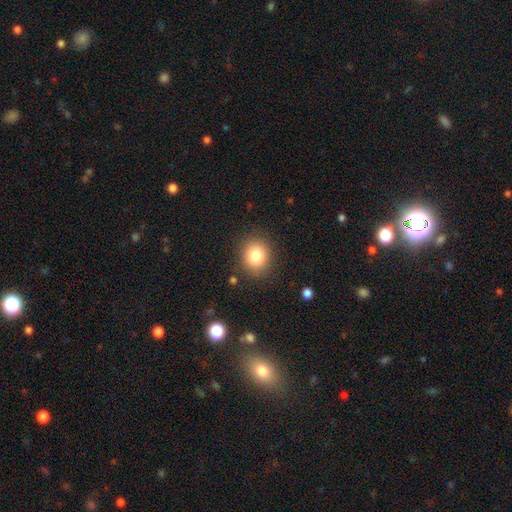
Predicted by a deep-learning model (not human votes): Smooth or featured?
  - smooth: 83% *
  - star or artifact: 10%
  - featured or disk: 7%
How rounded?
  - round: 71% *
  - in between: 28%
  - cigar-shaped: 1%
Merging?
  - none: 86% *
  - minor disturbance: 9%
  - major disturbance: 3%
  - merger: 2%